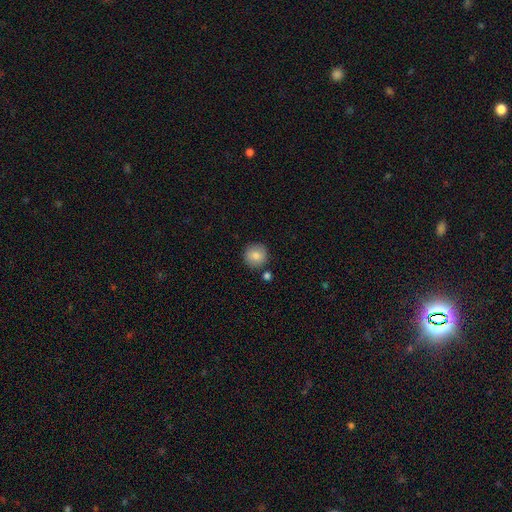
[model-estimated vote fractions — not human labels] Morphology: type=smooth (85%); roundness=round (94%); merging=none (85%).